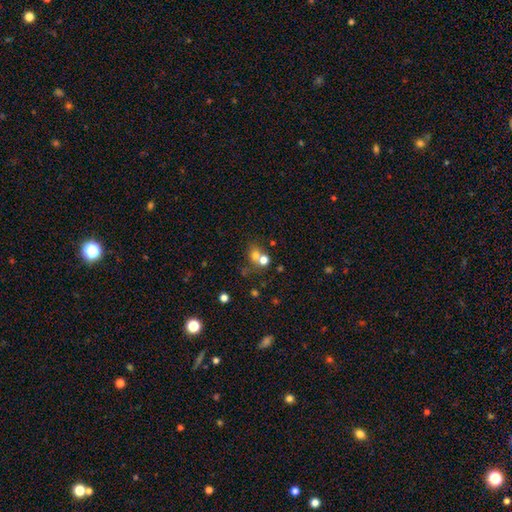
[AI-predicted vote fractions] Smooth or featured? Predicted: smooth (p=0.67). How rounded? Predicted: round (p=0.74). Merging? Predicted: merger (p=0.46).